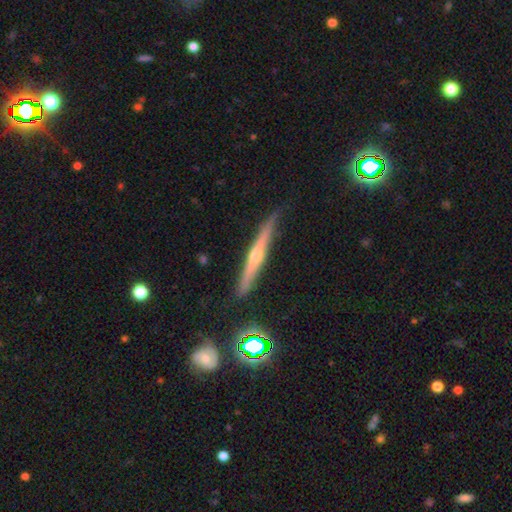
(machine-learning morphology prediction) Smooth or featured? featured or disk (71%)
Edge-on disk? yes (97%)
Edge-on bulge? rounded (76%)
Merging? none (86%)